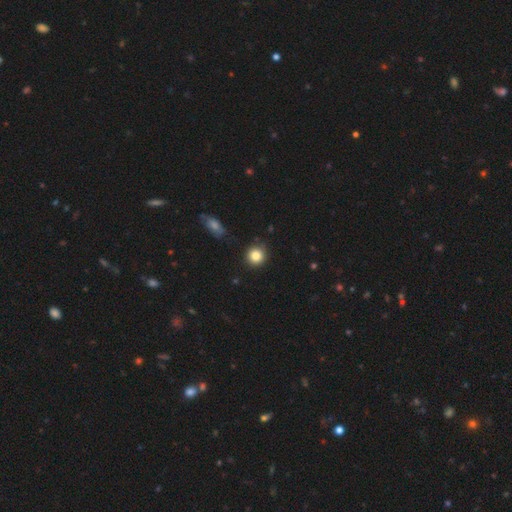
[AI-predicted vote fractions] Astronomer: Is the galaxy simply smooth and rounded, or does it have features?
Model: smooth — 84%.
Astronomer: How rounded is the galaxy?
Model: round — 91%.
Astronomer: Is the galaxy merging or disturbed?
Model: none — 86%.